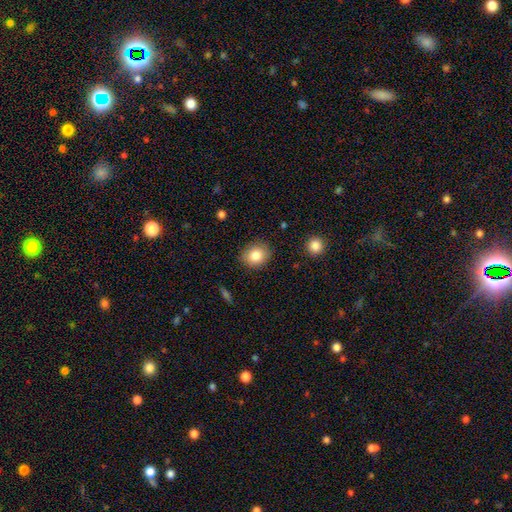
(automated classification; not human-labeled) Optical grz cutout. It shows a smooth galaxy with no disk features (83%) that is round (64%). Merging: none (86%).